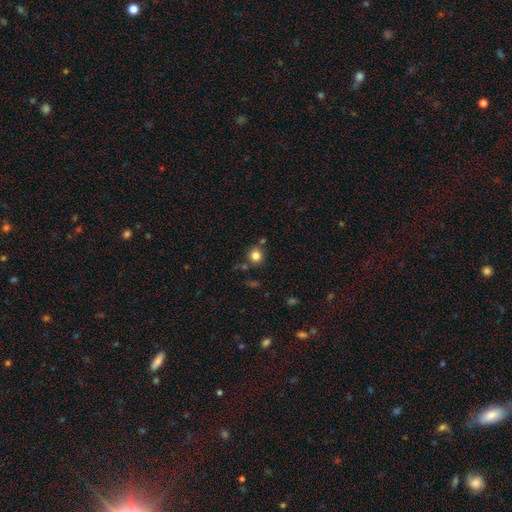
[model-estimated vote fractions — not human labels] smooth 82%, star or artifact 12%, featured or disk 6%. Down the decision tree: how rounded — round (89%); merging — none (77%).